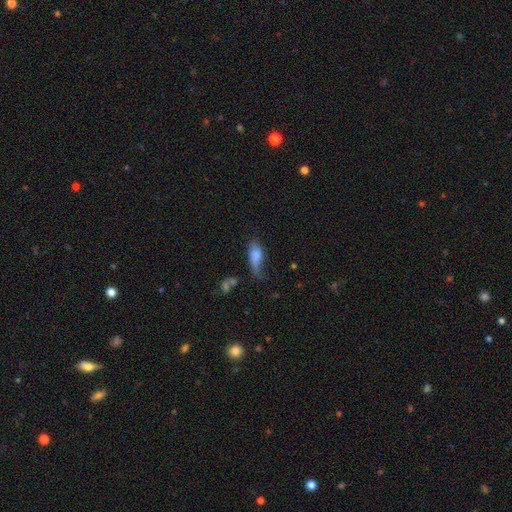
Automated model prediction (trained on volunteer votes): smooth 78%, featured or disk 13%, star or artifact 9%. Down the decision tree: how rounded — in between (77%); merging — minor disturbance (38%).